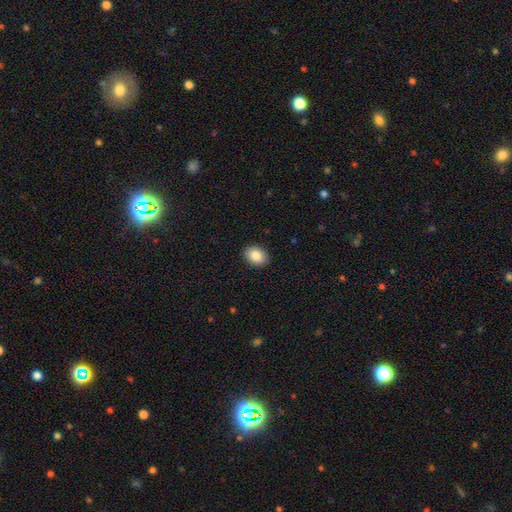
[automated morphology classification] The model was most divided on "how rounded": in between: 74%, round: 25%, cigar-shaped: 1%. More confident: merging — none (90%); smooth or featured — smooth (86%).